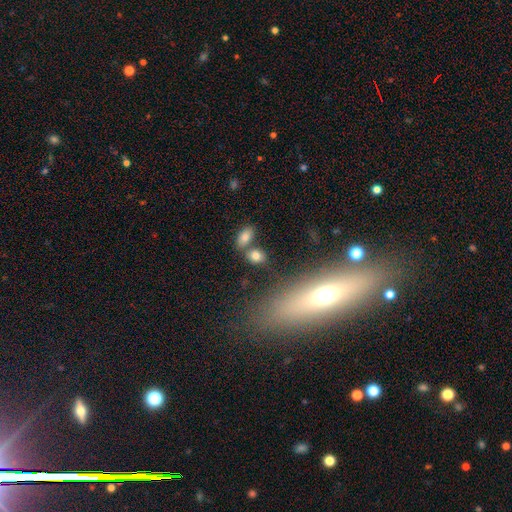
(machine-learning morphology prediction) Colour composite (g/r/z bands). It shows a smooth galaxy with no disk features (81%) that is in between round and cigar-shaped (77%). Merging: none (63%).